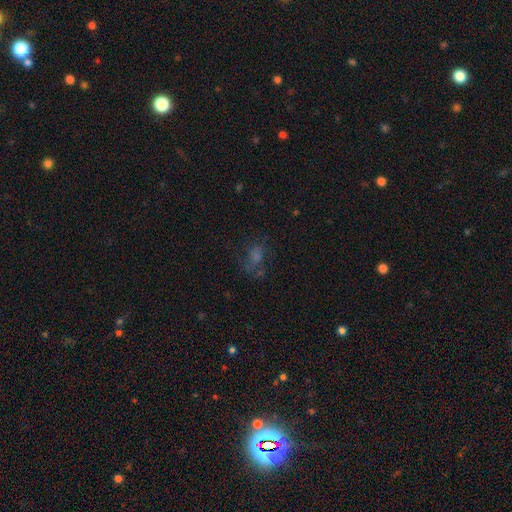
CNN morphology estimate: This appears to be a smooth galaxy with no disk features (43%). Merging: none (53%).